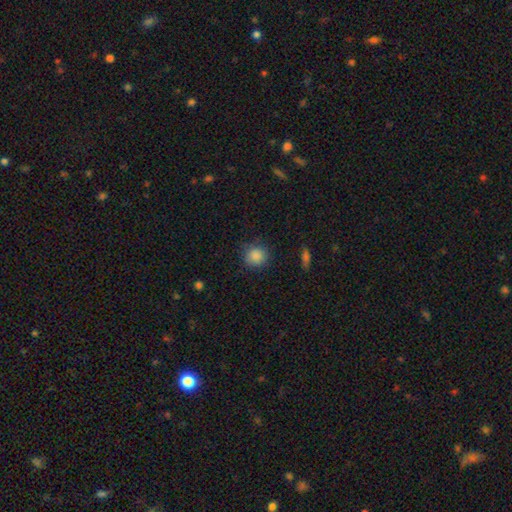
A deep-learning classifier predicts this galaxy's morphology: Q: Smooth or featured?
A: smooth (87%); runner-up: star or artifact (9%)
Q: How rounded?
A: round (89%); runner-up: in between (10%)
Q: Merging?
A: none (83%); runner-up: minor disturbance (12%)